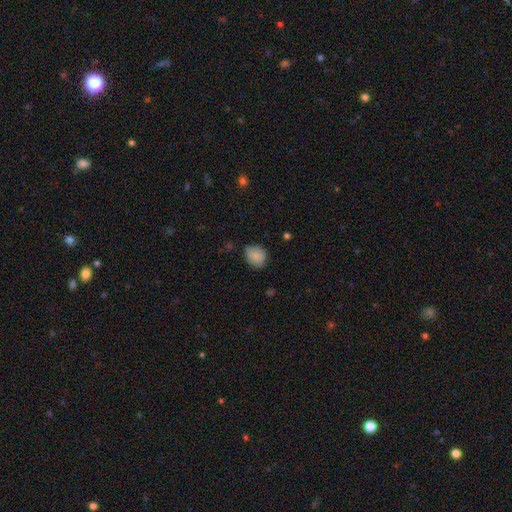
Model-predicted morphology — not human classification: Smooth or featured?
  - smooth: 85% *
  - star or artifact: 8%
  - featured or disk: 7%
How rounded?
  - round: 64% *
  - in between: 35%
  - cigar-shaped: 1%
Merging?
  - none: 75% *
  - minor disturbance: 20%
  - major disturbance: 4%
  - merger: 1%